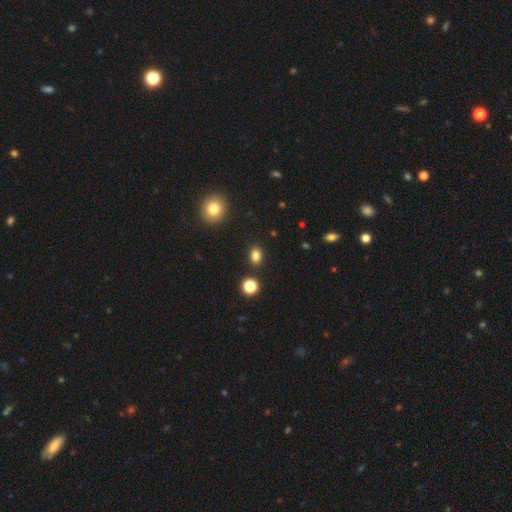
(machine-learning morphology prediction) This appears to be a smooth galaxy with no disk features (83%) that is in between round and cigar-shaped (67%). Merging: none (87%).